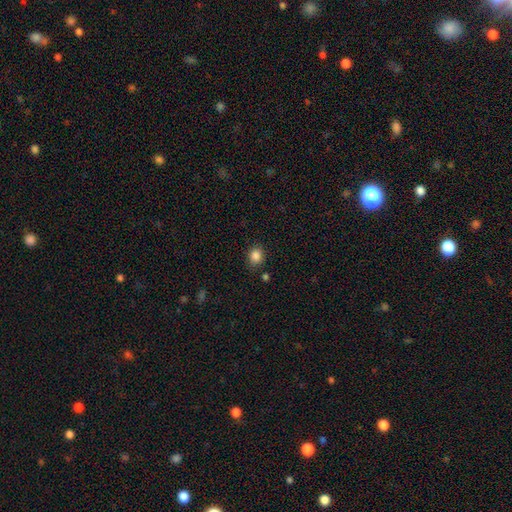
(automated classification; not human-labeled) Smooth or featured? smooth (85%)
How rounded? round (72%)
Merging? none (84%)